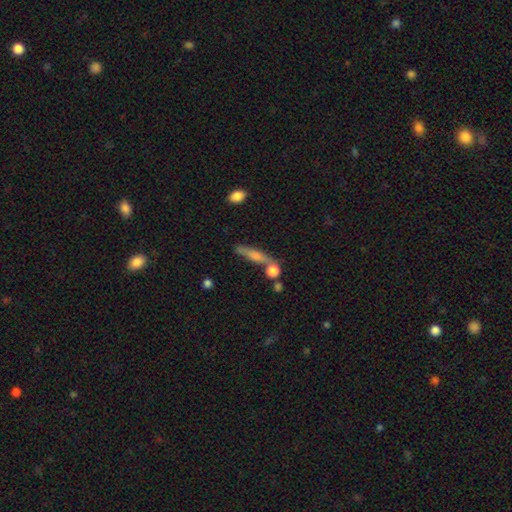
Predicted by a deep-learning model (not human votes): smooth 54%, featured or disk 37%, star or artifact 9%. Down the decision tree: how rounded — cigar-shaped (77%); merging — none (62%).